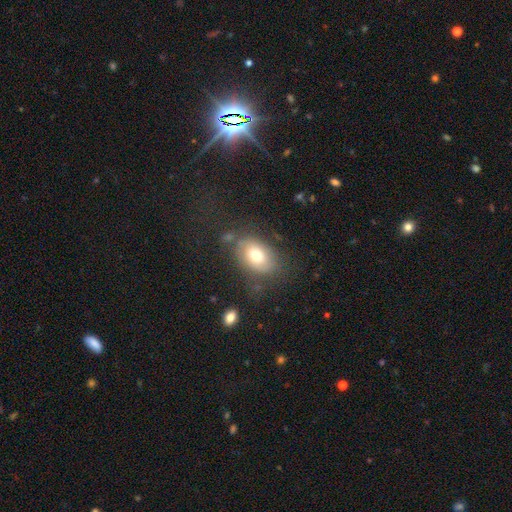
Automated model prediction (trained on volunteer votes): Smooth or featured? smooth (61%)
How rounded? in between (80%)
Merging? none (68%)